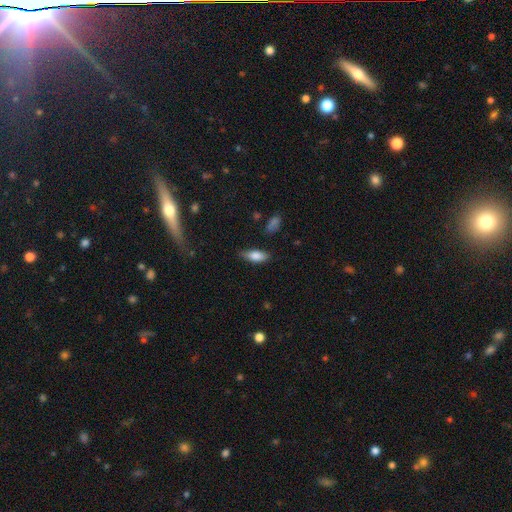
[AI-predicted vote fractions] smooth-or-featured: smooth: 80% | featured or disk: 13% | star or artifact: 7%
  how-rounded: in between: 76% | cigar-shaped: 21% | round: 2%
  merging: none: 75% | minor disturbance: 20% | major disturbance: 4% | merger: 2%